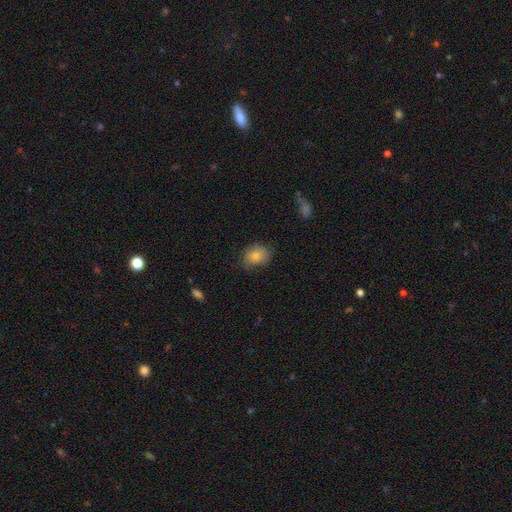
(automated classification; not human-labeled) smooth 76%, featured or disk 14%, star or artifact 11%. Down the decision tree: how rounded — round (50%); merging — none (72%).